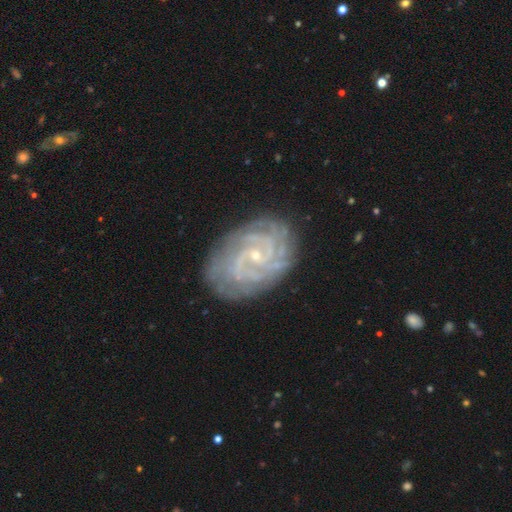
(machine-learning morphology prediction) smooth_or_featured: featured or disk (p=0.89) [alt: star or artifact p=0.06]
disk_edge_on: no (p=0.97) [alt: yes p=0.03]
bar: no (p=0.60) [alt: weak p=0.31]
has_spiral_arms: yes (p=0.98) [alt: no p=0.02]
spiral_winding: tight (p=0.71) [alt: medium p=0.25]
spiral_arm_count: can't tell (p=0.22) [alt: 2 p=0.21]
bulge_size: small (p=0.83) [alt: moderate p=0.13]
merging: none (p=0.81) [alt: minor disturbance p=0.14]